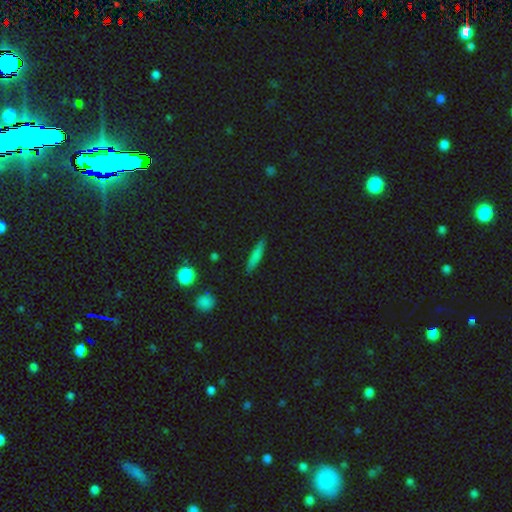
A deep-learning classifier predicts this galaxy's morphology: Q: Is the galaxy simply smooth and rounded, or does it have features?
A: smooth — 74%.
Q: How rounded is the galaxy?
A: cigar-shaped — 88%.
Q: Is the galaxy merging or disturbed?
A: none — 87%.